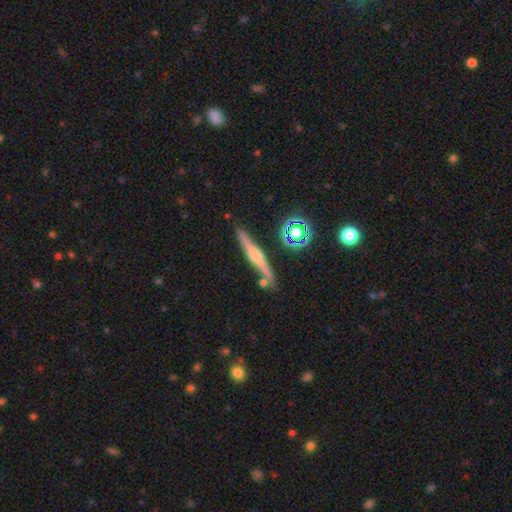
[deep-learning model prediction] Smooth or featured? featured or disk (65%)
Edge-on disk? yes (97%)
Edge-on bulge? rounded (76%)
Merging? none (85%)